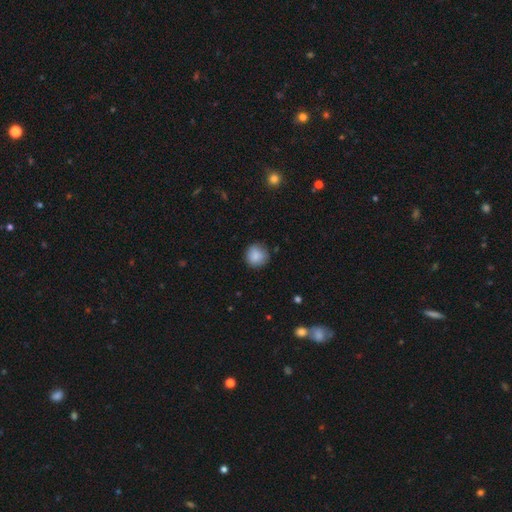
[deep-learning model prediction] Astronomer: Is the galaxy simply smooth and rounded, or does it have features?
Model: smooth — 86%.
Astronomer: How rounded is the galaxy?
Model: round — 90%.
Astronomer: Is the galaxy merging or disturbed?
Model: none — 81%.